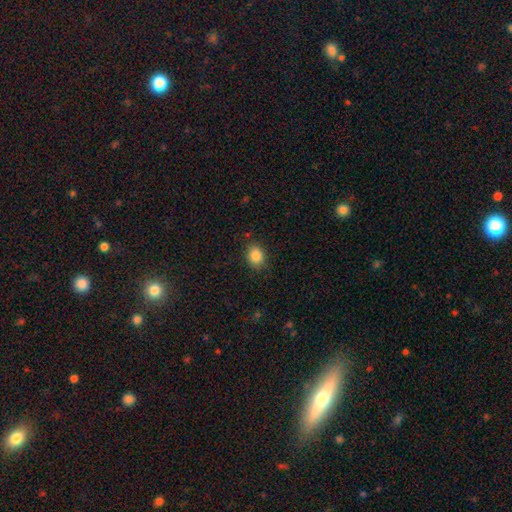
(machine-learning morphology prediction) Smooth or featured? smooth (86%)
How rounded? round (50%)
Merging? none (85%)